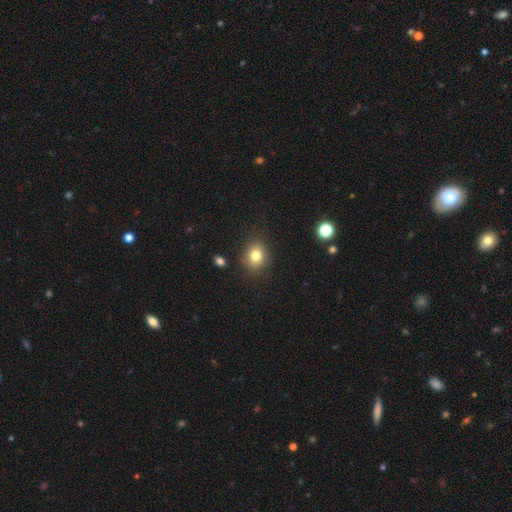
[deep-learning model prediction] Morphology: type=smooth (80%); roundness=round (63%); merging=none (84%).